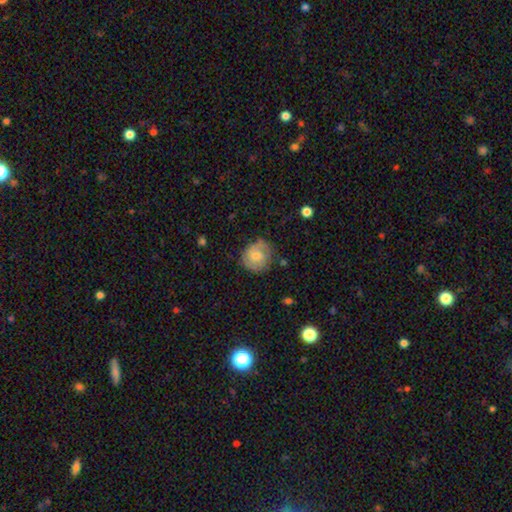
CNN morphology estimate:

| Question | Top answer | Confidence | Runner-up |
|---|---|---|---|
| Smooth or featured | smooth | 47% | featured or disk (45%) |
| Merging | none | 69% | minor disturbance (22%) |